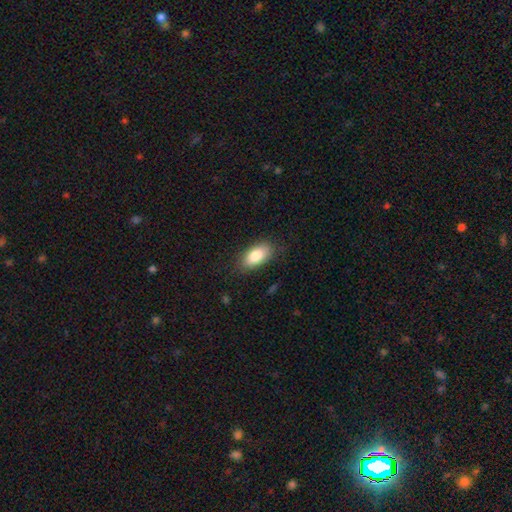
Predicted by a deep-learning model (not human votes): Smooth or featured: smooth — 84% (featured or disk — 10%)
How rounded: in between — 92% (cigar-shaped — 5%)
Merging: none — 80% (minor disturbance — 15%)